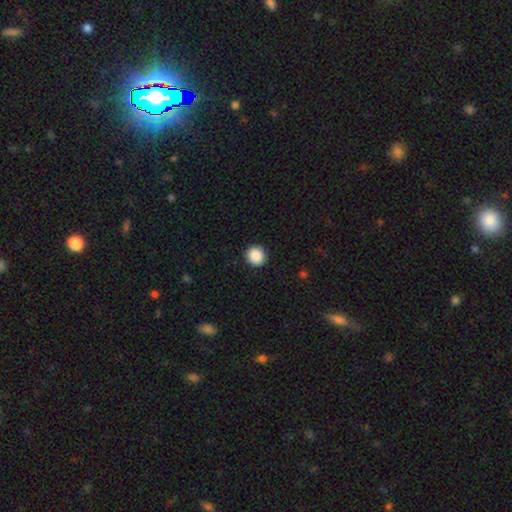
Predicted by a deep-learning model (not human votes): This appears to be a smooth galaxy with no disk features (88%) that is round (93%). Merging: none (93%).